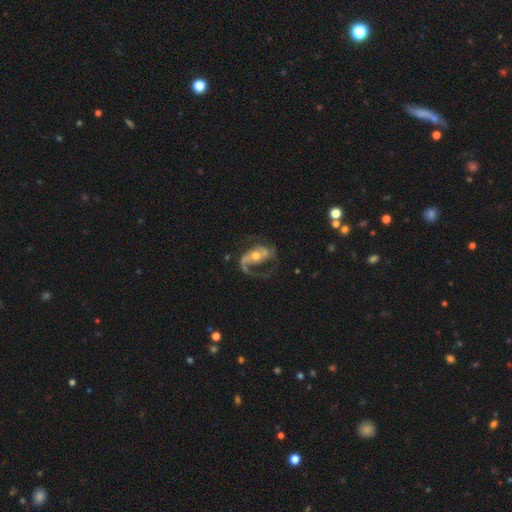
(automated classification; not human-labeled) Morphology: type=featured or disk (87%); edge-on=no (97%); bar=no (41%); spiral arms=yes (95%); winding=medium (45%); arm count=2 (70%); bulge=moderate (69%); merging=none (56%).